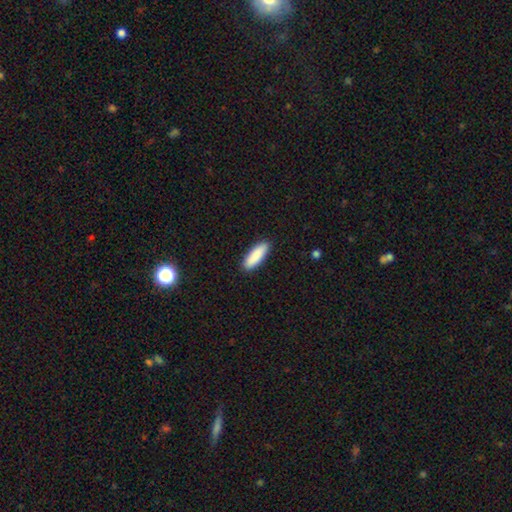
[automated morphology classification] The model was most divided on "how rounded": in between: 52%, cigar-shaped: 46%, round: 2%. More confident: merging — none (91%); smooth or featured — smooth (89%).